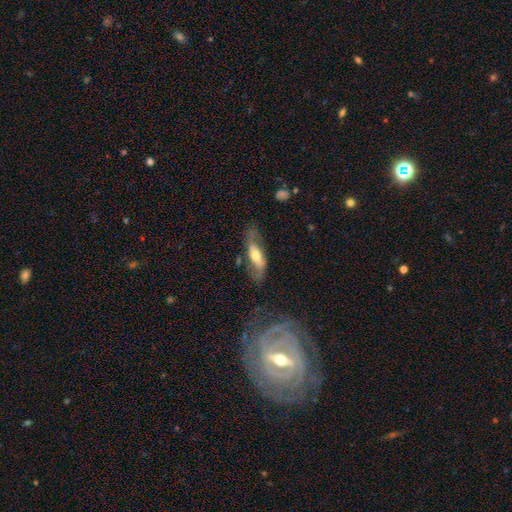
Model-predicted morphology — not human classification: smooth_or_featured: featured or disk (p=0.54) [alt: smooth p=0.39]
disk_edge_on: no (p=0.70) [alt: yes p=0.30]
merging: none (p=0.63) [alt: minor disturbance p=0.22]